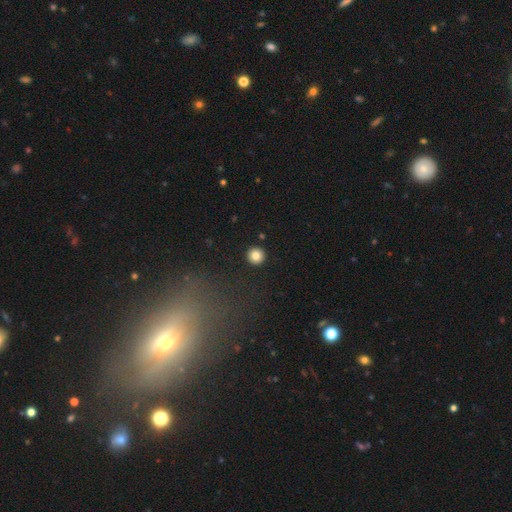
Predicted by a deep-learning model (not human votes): A smooth galaxy with no disk features (84%) that is round (95%).

Vote fractions:
- Smooth or featured? smooth: 84% / star or artifact: 10% / featured or disk: 6%
- How rounded? round: 95% / in between: 4% / cigar-shaped: 1%
- Merging? none: 93% / minor disturbance: 4% / major disturbance: 2% / merger: 1%